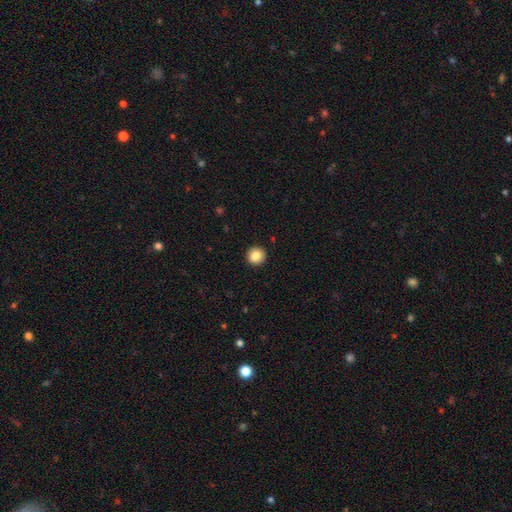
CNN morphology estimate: This appears to be a smooth galaxy with no disk features (86%) that is round (94%). Merging: none (93%).